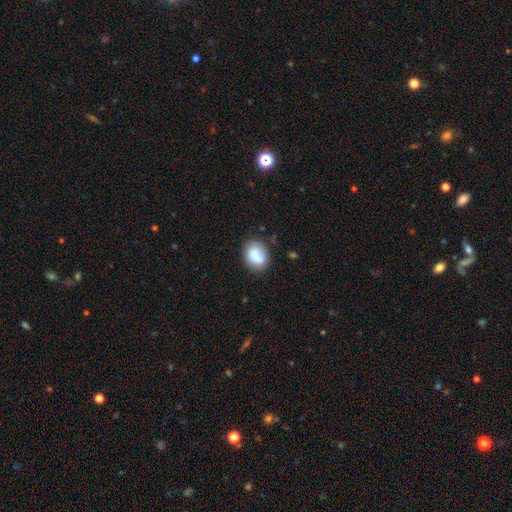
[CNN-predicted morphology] Smooth or featured? Predicted: smooth (p=0.79). How rounded? Predicted: in between (p=0.62). Merging? Predicted: none (p=0.71).